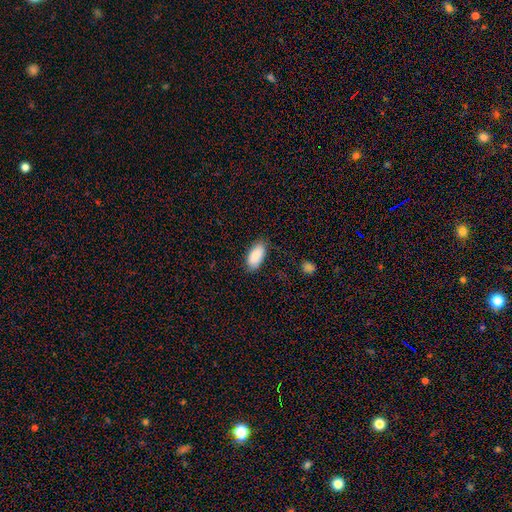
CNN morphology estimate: A smooth galaxy with no disk features (87%) that is in between round and cigar-shaped (93%).

Vote fractions:
- Smooth or featured? smooth: 87% / star or artifact: 6% / featured or disk: 6%
- How rounded? in between: 93% / cigar-shaped: 5% / round: 2%
- Merging? none: 83% / minor disturbance: 13% / major disturbance: 3% / merger: 1%